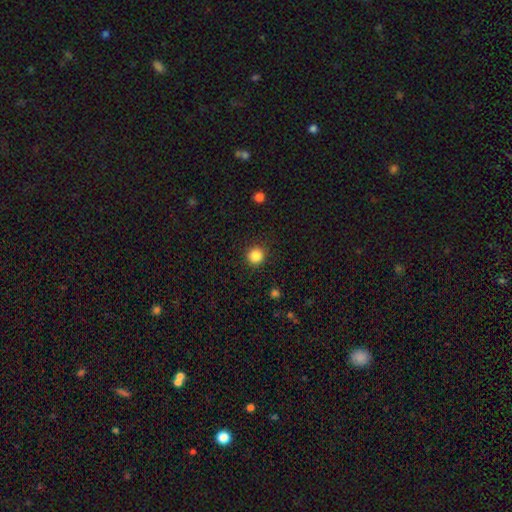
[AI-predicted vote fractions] This appears to be a smooth galaxy with no disk features (86%) that is round (94%). Merging: none (91%).